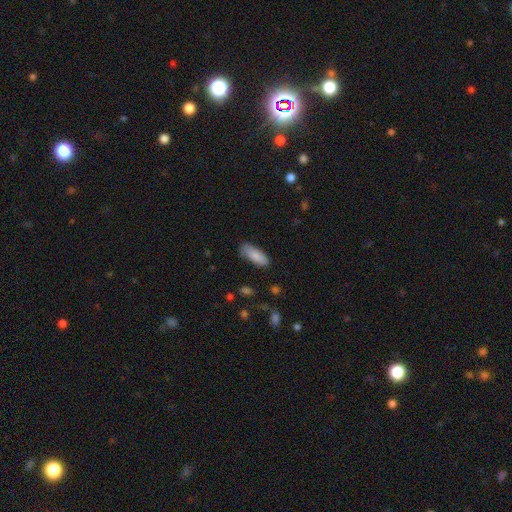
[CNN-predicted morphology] type=smooth (86%); roundness=in between (67%); merging=none (78%).